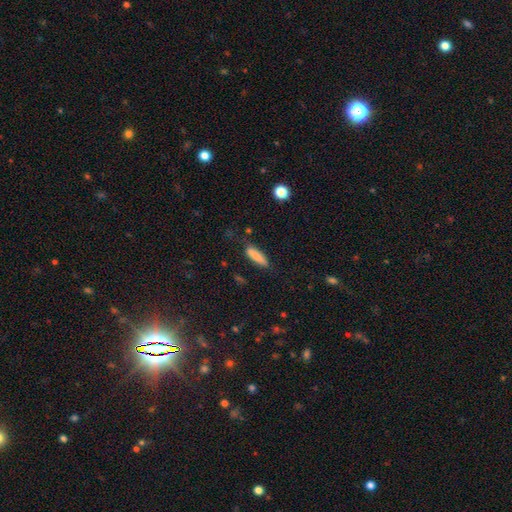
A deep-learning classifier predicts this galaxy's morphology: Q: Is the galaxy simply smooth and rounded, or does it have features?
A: smooth — 83%.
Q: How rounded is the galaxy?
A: cigar-shaped — 63%.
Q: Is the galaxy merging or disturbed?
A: none — 77%.